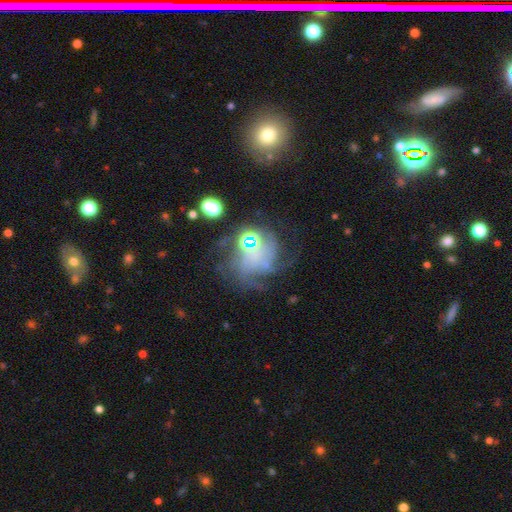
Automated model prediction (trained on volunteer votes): smooth_or_featured: featured or disk (p=0.56) [alt: star or artifact p=0.24]
disk_edge_on: no (p=0.97) [alt: yes p=0.03]
bar: no (p=0.82) [alt: weak p=0.15]
has_spiral_arms: yes (p=0.57) [alt: no p=0.43]
bulge_size: none (p=0.39) [alt: small p=0.31]
merging: none (p=0.43) [alt: major disturbance p=0.32]